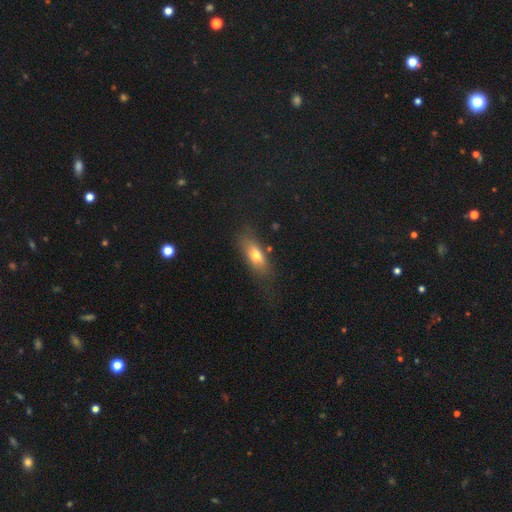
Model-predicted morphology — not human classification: This is likely a smooth galaxy (67%). How rounded: likely in between (73%). Merging: likely none (68%).